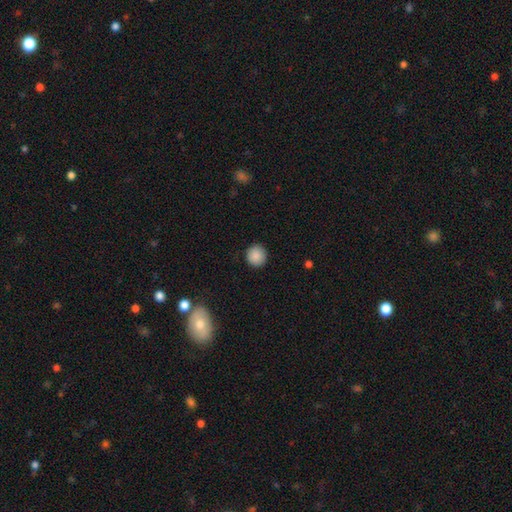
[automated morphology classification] A smooth galaxy with no disk features (89%) that is round (92%).

Vote fractions:
- Smooth or featured? smooth: 89% / star or artifact: 8% / featured or disk: 3%
- How rounded? round: 92% / in between: 7% / cigar-shaped: 1%
- Merging? none: 91% / minor disturbance: 6% / major disturbance: 2% / merger: 1%